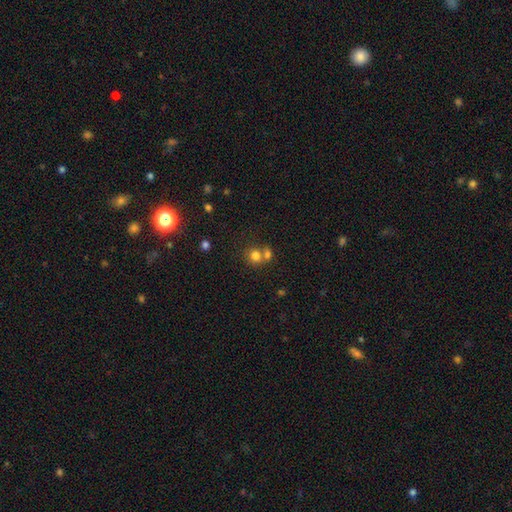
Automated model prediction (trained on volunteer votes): Smooth or featured?
  - smooth: 77% *
  - star or artifact: 12%
  - featured or disk: 10%
How rounded?
  - round: 78% *
  - in between: 21%
  - cigar-shaped: 1%
Merging?
  - merger: 47% *
  - none: 42%
  - minor disturbance: 7%
  - major disturbance: 4%